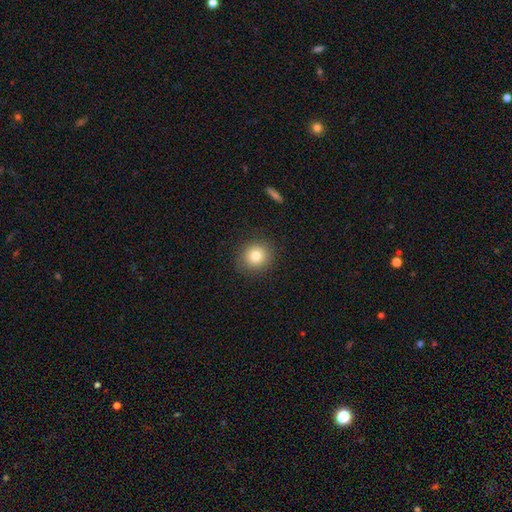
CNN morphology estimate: Smooth or featured: smooth — 80% (star or artifact — 10%)
How rounded: round — 86% (in between — 13%)
Merging: none — 88% (minor disturbance — 8%)